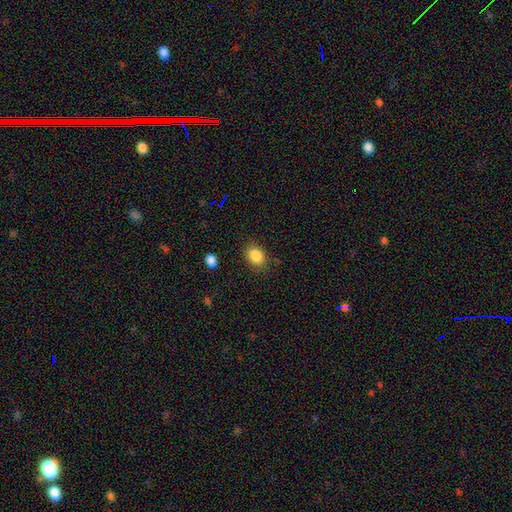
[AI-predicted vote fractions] A smooth galaxy with no disk features (86%) that is in between round and cigar-shaped (68%). Merging: none (82%).